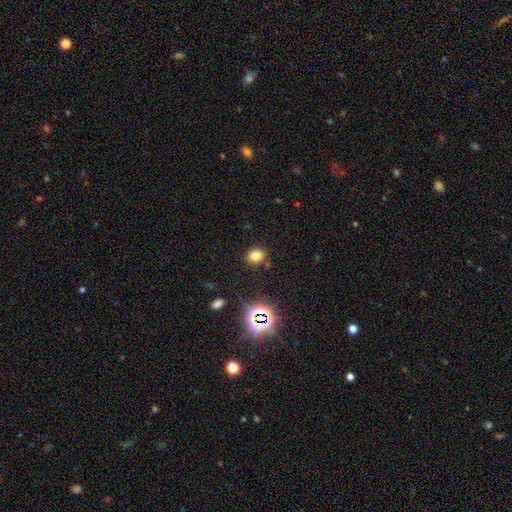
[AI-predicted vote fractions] Morphology: type=smooth (74%); roundness=round (62%); merging=none (84%).